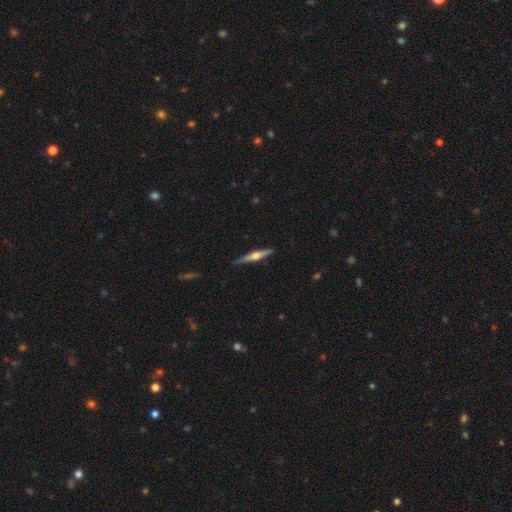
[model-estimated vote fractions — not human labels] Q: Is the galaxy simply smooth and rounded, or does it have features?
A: featured or disk — 69%.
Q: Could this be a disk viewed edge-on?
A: yes — 98%.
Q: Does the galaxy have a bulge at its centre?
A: rounded — 90%.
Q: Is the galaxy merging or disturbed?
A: none — 87%.